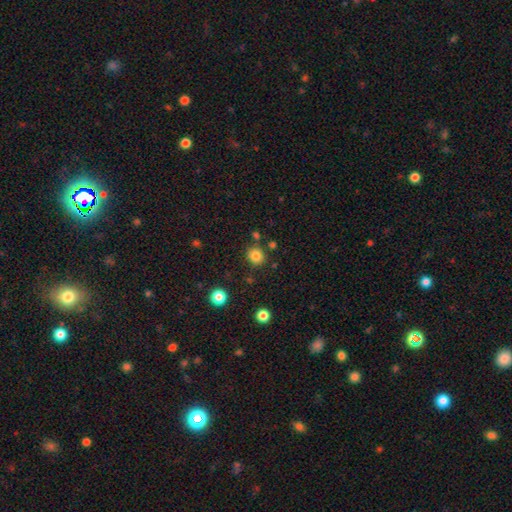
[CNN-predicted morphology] Smooth or featured?
  - smooth: 82% *
  - star or artifact: 12%
  - featured or disk: 6%
How rounded?
  - round: 83% *
  - in between: 16%
  - cigar-shaped: 1%
Merging?
  - none: 83% *
  - minor disturbance: 9%
  - merger: 6%
  - major disturbance: 3%